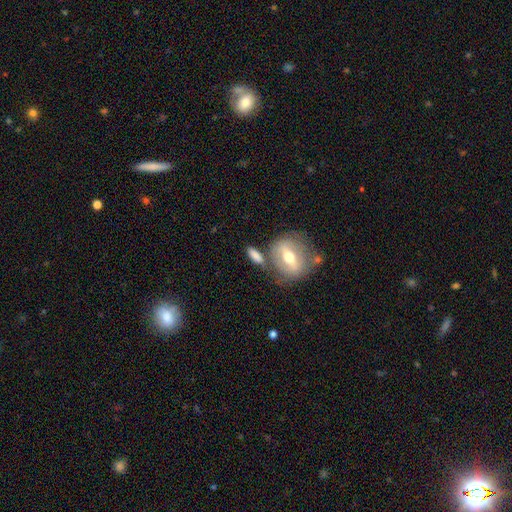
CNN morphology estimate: smooth 68%, featured or disk 25%, star or artifact 8%. Down the decision tree: how rounded — in between (61%); merging — none (61%).